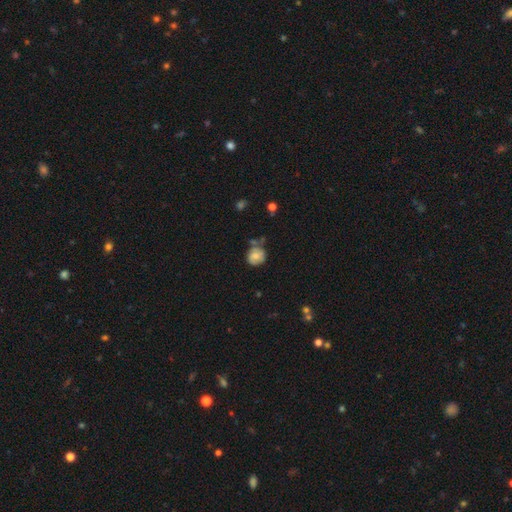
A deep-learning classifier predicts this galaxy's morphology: Smooth or featured?
  - smooth: 61% *
  - featured or disk: 30%
  - star or artifact: 9%
How rounded?
  - round: 75% *
  - in between: 24%
  - cigar-shaped: 1%
Merging?
  - none: 50% *
  - minor disturbance: 28%
  - merger: 12%
  - major disturbance: 9%